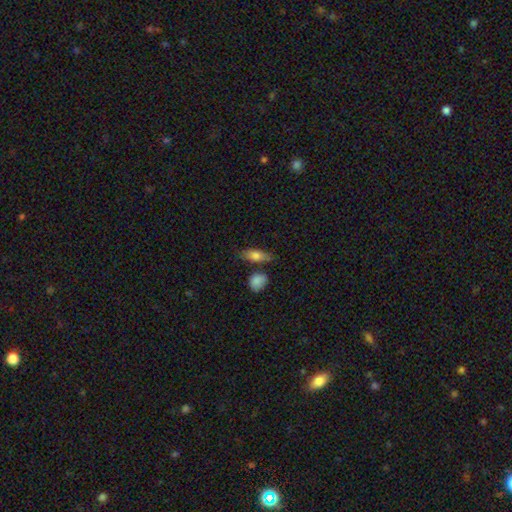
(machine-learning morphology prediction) smooth-or-featured: smooth: 74% | featured or disk: 18% | star or artifact: 7%
  how-rounded: in between: 69% | cigar-shaped: 26% | round: 5%
  merging: none: 68% | minor disturbance: 17% | merger: 11% | major disturbance: 4%